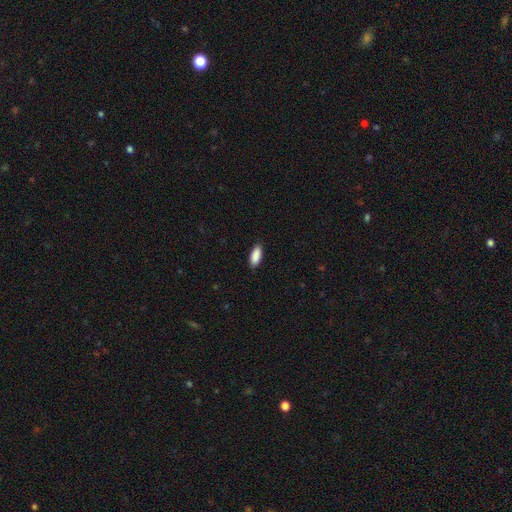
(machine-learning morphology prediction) Overall: smooth (90%). How rounded: in between (84%). Merging: none (88%).